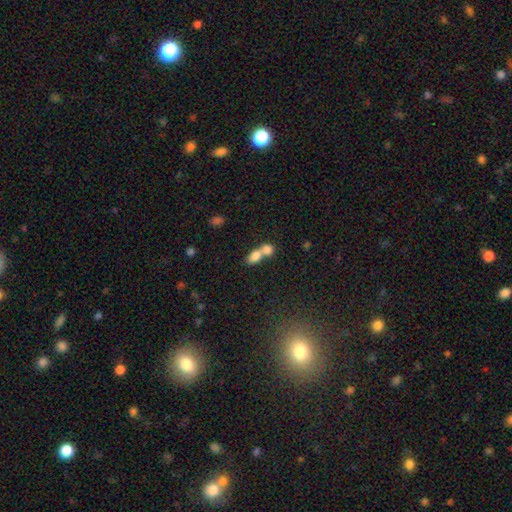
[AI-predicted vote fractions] This appears to be a smooth galaxy with no disk features (77%) that is in between round and cigar-shaped (74%). Merging: merger (72%).